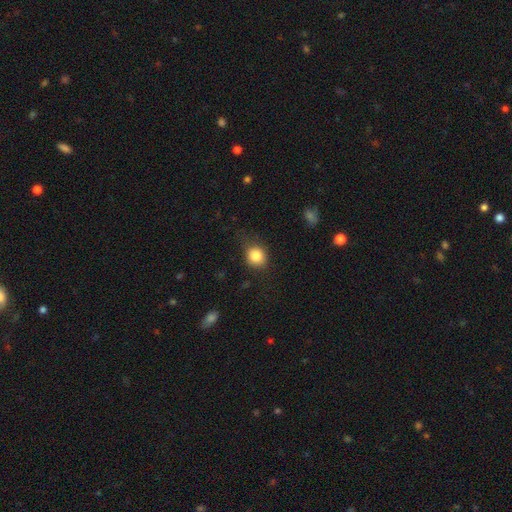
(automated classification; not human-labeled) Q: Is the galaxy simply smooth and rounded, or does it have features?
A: smooth — 84%.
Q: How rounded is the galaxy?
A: round — 75%.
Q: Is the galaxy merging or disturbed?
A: none — 72%.